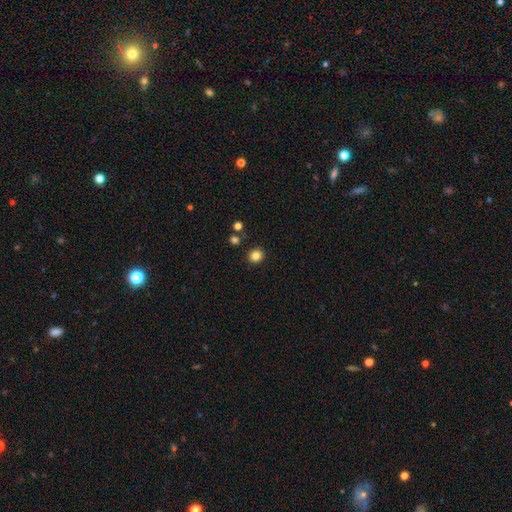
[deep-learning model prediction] Smooth or featured? Predicted: smooth (p=0.84). How rounded? Predicted: round (p=0.87). Merging? Predicted: none (p=0.89).